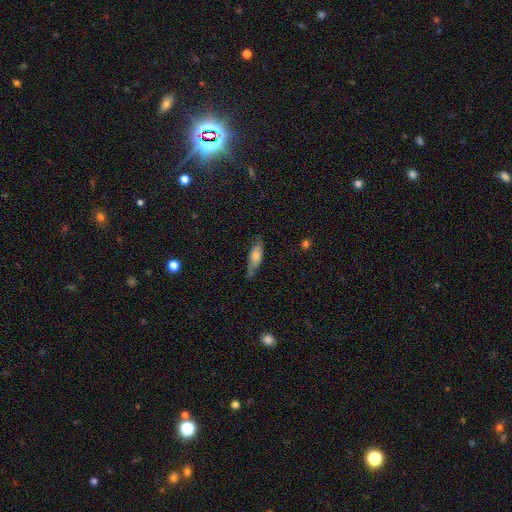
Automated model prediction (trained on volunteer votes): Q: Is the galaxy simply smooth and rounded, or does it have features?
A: smooth — 61%.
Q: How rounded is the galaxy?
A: in between — 62%.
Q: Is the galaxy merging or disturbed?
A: none — 64%.